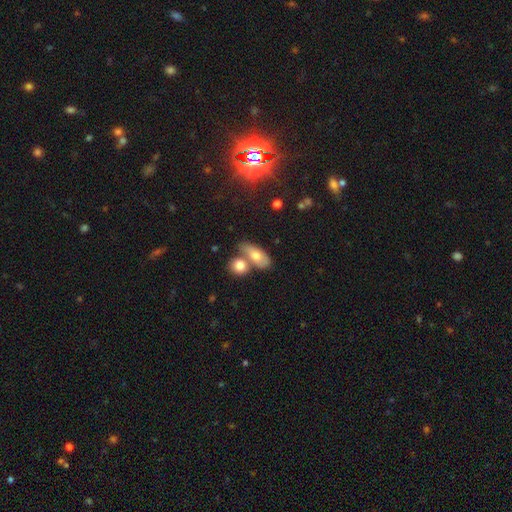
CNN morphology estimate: smooth-or-featured: smooth: 68% | featured or disk: 23% | star or artifact: 9%
  how-rounded: in between: 78% | cigar-shaped: 12% | round: 10%
  merging: merger: 44% | none: 40% | minor disturbance: 12% | major disturbance: 5%